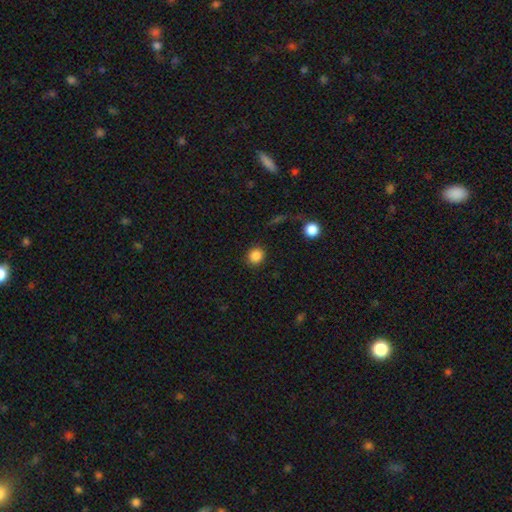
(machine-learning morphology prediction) Smooth or featured? Predicted: smooth (p=0.86). How rounded? Predicted: round (p=0.84). Merging? Predicted: none (p=0.89).